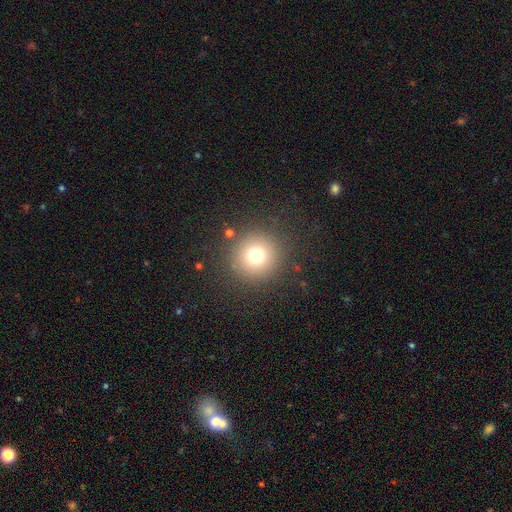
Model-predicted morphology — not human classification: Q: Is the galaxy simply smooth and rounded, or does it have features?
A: smooth — 73%.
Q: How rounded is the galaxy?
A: round — 95%.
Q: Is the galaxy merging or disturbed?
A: none — 87%.